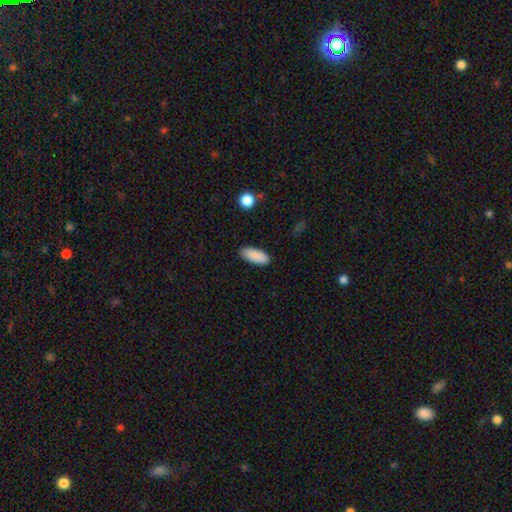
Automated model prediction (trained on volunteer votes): smooth 90%, star or artifact 7%, featured or disk 4%. Down the decision tree: how rounded — in between (82%); merging — none (87%).